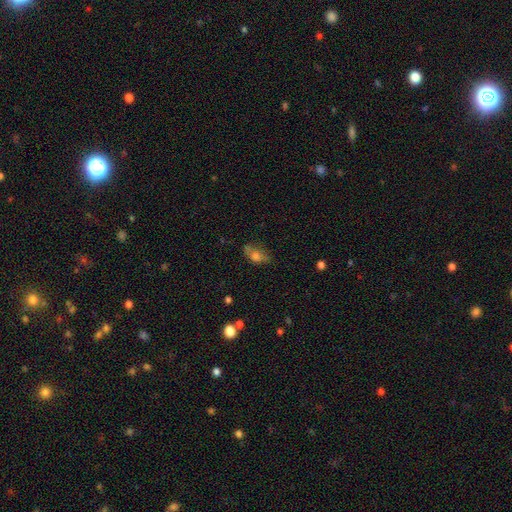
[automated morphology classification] A smooth galaxy with no disk features (63%) that is in between round and cigar-shaped (78%). Merging: none (51%).